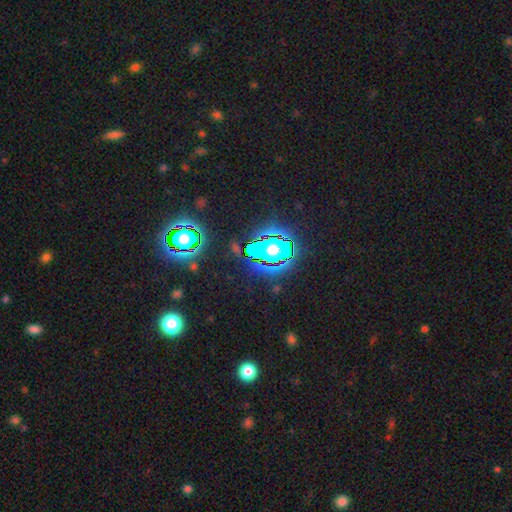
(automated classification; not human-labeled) Q: Smooth or featured?
A: star or artifact (74%); runner-up: smooth (16%)